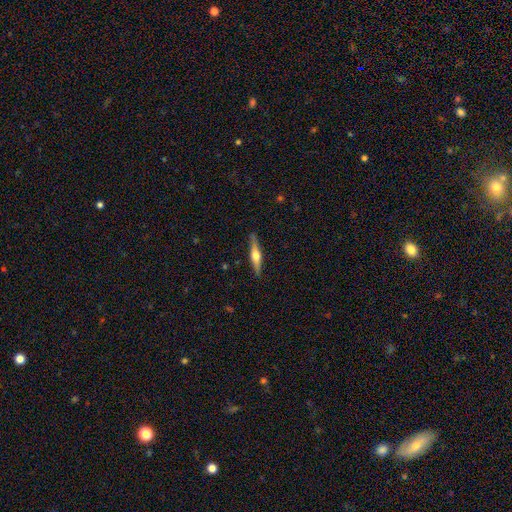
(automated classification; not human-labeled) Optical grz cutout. It shows a featured or disk galaxy (62%) viewed edge-on (96%) with a rounded central bulge (92%). Merging: none (88%).